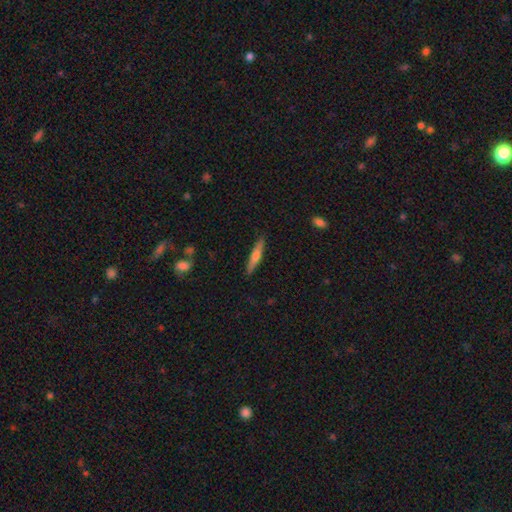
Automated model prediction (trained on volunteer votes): This appears to be a smooth galaxy with no disk features (55%) that is cigar-shaped (90%). Merging: none (89%).